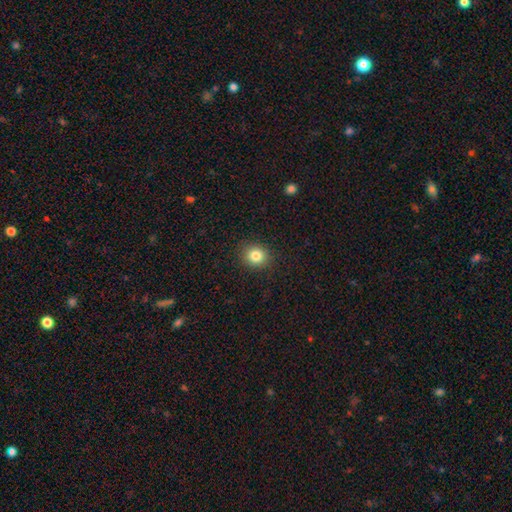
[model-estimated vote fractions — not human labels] The model was most divided on "how rounded": round: 81%, in between: 18%, cigar-shaped: 1%. More confident: merging — none (90%); smooth or featured — smooth (83%).